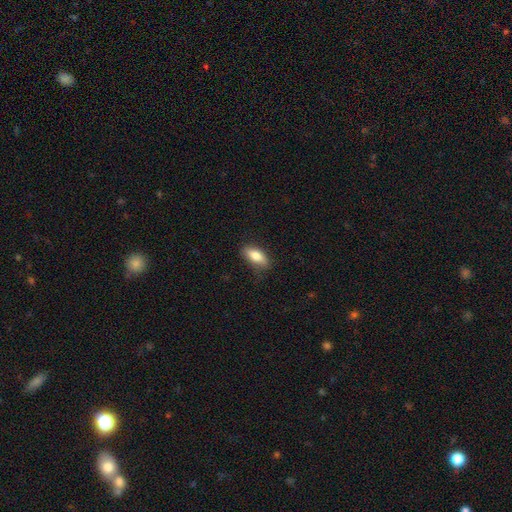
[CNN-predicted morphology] Q: Smooth or featured?
A: smooth (79%); runner-up: featured or disk (14%)
Q: How rounded?
A: in between (82%); runner-up: cigar-shaped (15%)
Q: Merging?
A: none (75%); runner-up: minor disturbance (20%)